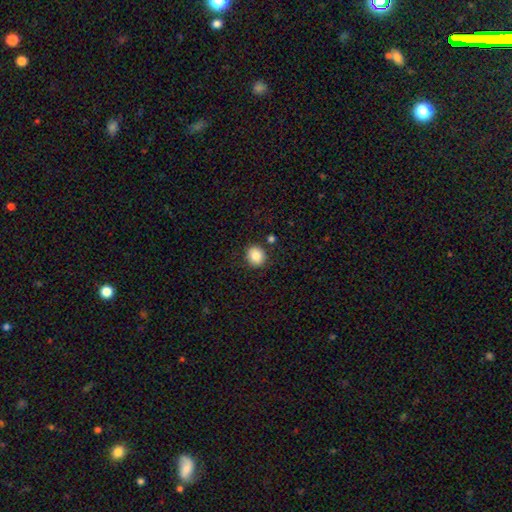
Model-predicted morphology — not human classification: Smooth or featured?
  - smooth: 84% *
  - star or artifact: 9%
  - featured or disk: 6%
How rounded?
  - round: 85% *
  - in between: 14%
  - cigar-shaped: 1%
Merging?
  - none: 86% *
  - minor disturbance: 8%
  - merger: 3%
  - major disturbance: 2%